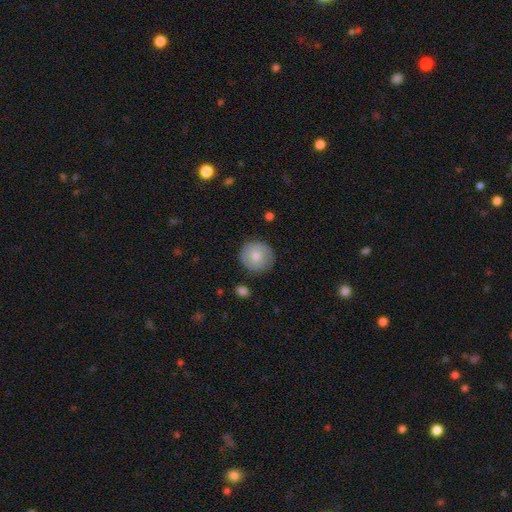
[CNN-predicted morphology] A smooth galaxy with no disk features (69%) that is round (91%). Merging: none (83%).